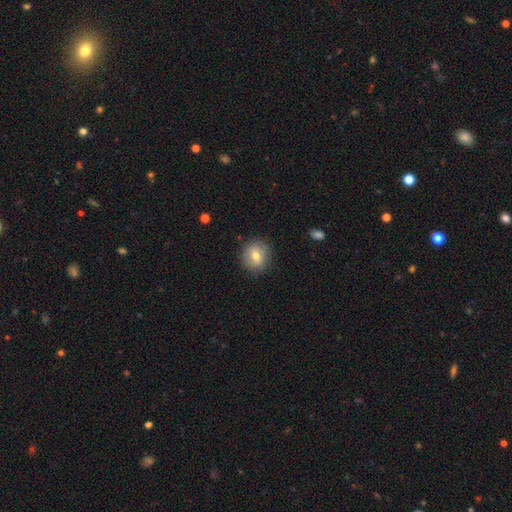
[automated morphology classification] Smooth or featured? smooth (66%)
How rounded? round (80%)
Merging? none (86%)